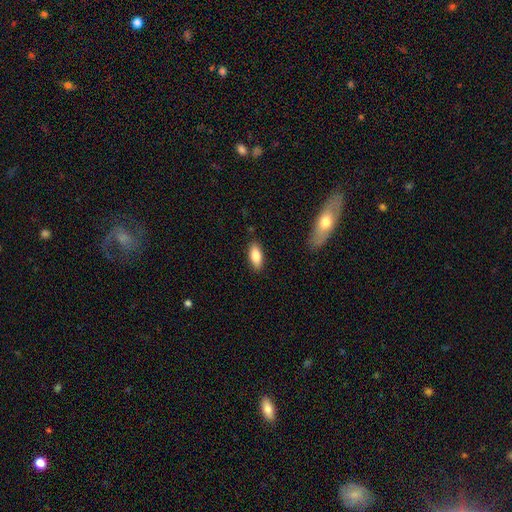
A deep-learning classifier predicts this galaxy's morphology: type=smooth (85%); roundness=in between (84%); merging=none (86%).